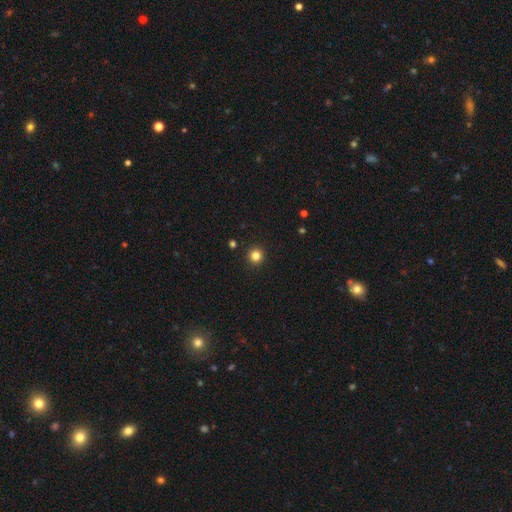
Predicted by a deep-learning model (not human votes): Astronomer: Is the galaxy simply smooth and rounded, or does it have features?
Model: smooth — 83%.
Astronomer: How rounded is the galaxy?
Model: round — 95%.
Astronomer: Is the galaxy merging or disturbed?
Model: none — 93%.